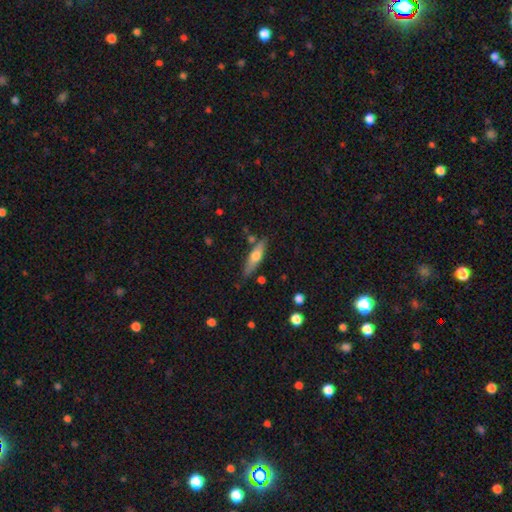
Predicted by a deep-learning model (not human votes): smooth-or-featured: smooth: 51% | featured or disk: 43% | star or artifact: 6%
  how-rounded: cigar-shaped: 67% | in between: 30% | round: 2%
  merging: none: 77% | minor disturbance: 14% | merger: 5% | major disturbance: 3%